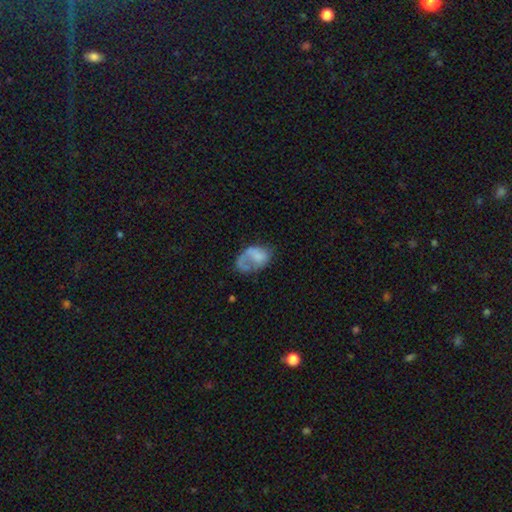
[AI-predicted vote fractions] This is possibly a smooth galaxy (54%). How rounded: clearly in between (81%). Merging: marginally major disturbance (43%).